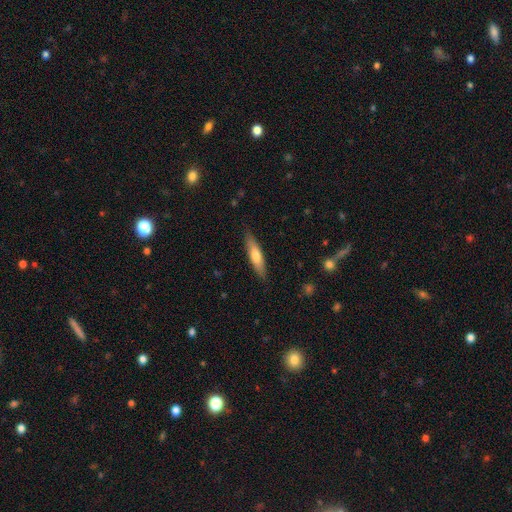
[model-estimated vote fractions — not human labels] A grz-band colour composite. It shows a smooth galaxy with no disk features (63%) that is cigar-shaped (77%). Merging: none (86%).